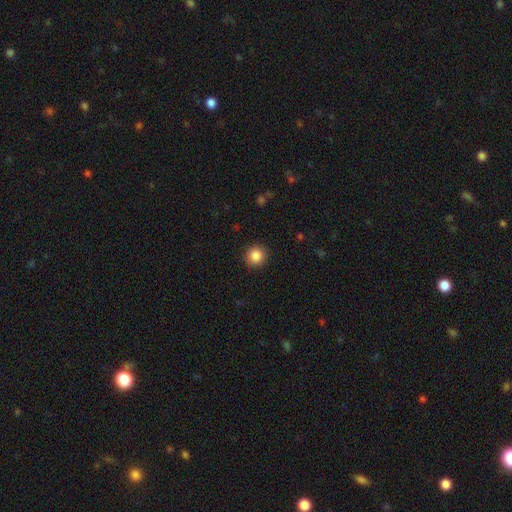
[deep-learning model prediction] Q: Smooth or featured?
A: smooth (87%); runner-up: star or artifact (9%)
Q: How rounded?
A: round (94%); runner-up: in between (5%)
Q: Merging?
A: none (91%); runner-up: minor disturbance (6%)